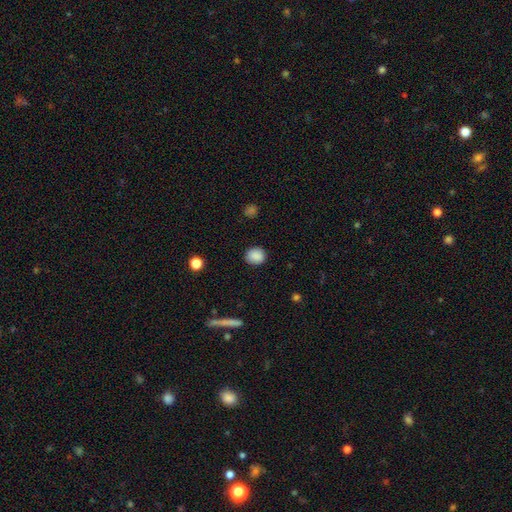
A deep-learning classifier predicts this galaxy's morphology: Smooth or featured? Predicted: smooth (p=0.88). How rounded? Predicted: round (p=0.75). Merging? Predicted: none (p=0.89).